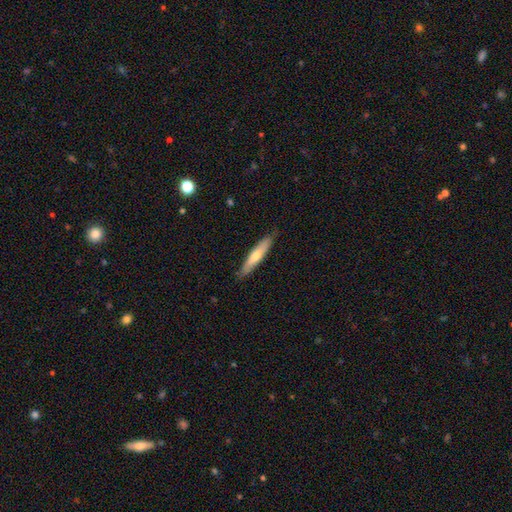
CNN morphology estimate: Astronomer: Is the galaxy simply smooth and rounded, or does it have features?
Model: smooth — 60%.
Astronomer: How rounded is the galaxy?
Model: cigar-shaped — 86%.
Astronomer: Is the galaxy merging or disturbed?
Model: none — 86%.